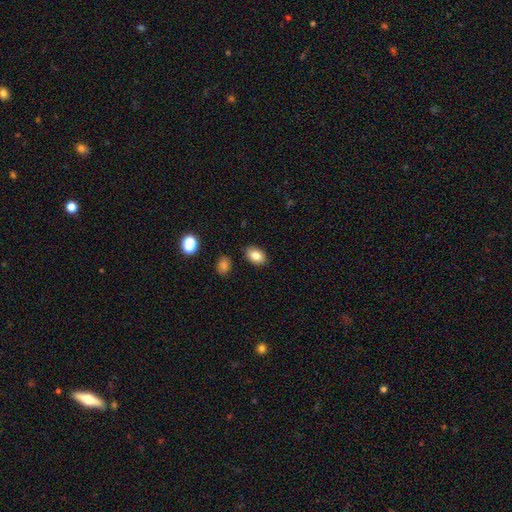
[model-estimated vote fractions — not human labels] The model was most divided on "how rounded": in between: 83%, round: 15%, cigar-shaped: 1%. More confident: merging — none (87%); smooth or featured — smooth (83%).